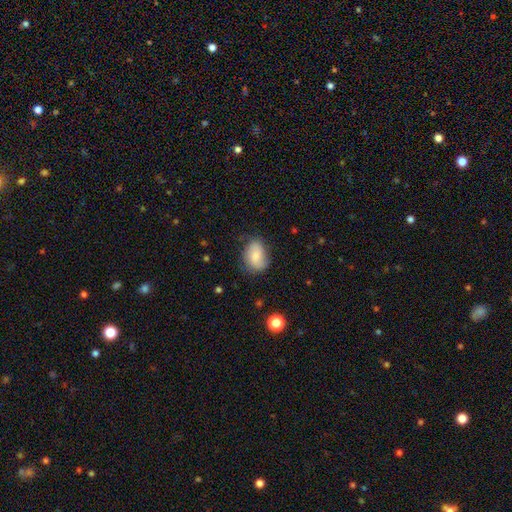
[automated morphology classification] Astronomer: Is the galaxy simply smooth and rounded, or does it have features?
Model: smooth — 69%.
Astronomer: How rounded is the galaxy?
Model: in between — 77%.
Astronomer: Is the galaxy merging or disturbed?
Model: none — 64%.